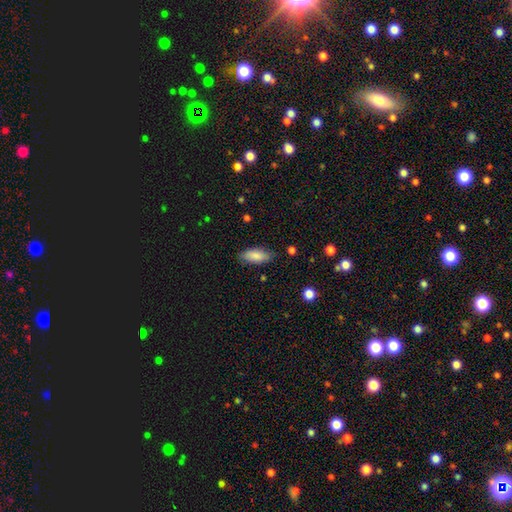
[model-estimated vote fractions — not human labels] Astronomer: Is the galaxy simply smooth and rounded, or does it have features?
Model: smooth — 85%.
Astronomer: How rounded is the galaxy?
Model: in between — 83%.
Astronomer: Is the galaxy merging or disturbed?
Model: none — 81%.